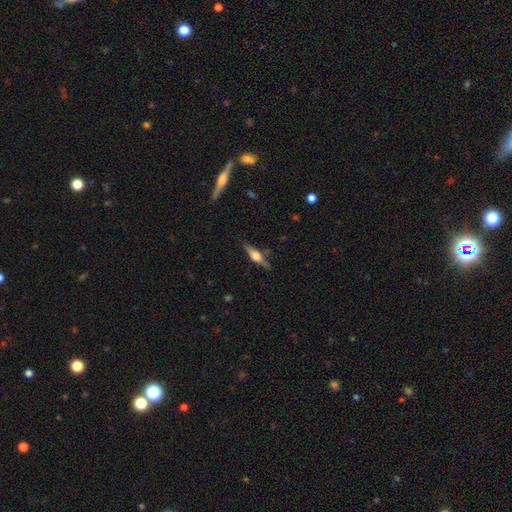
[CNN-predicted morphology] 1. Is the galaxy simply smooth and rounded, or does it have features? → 66% featured or disk, 27% smooth, 7% star or artifact.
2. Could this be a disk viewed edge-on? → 96% yes, 4% no.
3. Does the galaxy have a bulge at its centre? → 89% rounded, 9% boxy, 2% none.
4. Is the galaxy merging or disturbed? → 81% none, 13% minor disturbance, 4% major disturbance, 2% merger.